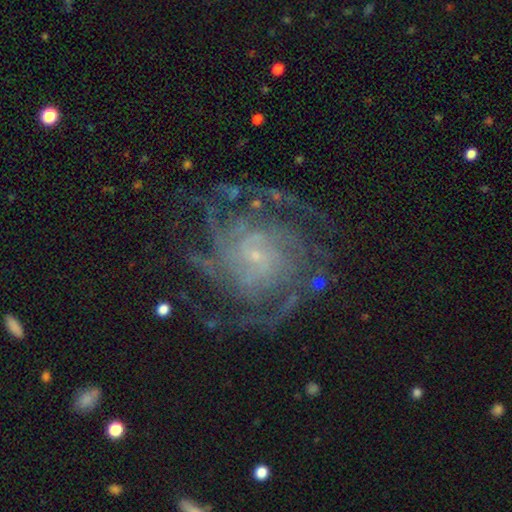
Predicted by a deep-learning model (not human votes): Smooth or featured: featured or disk — 88% (star or artifact — 7%)
Edge-on disk: no — 98% (yes — 2%)
Bar: no — 65% (weak — 27%)
Spiral arms: yes — 97% (no — 3%)
Spiral winding: tight — 64% (medium — 30%)
Spiral arm count: 4 — 24% (can't tell — 23%)
Bulge size: small — 83% (moderate — 9%)
Merging: none — 73% (minor disturbance — 15%)